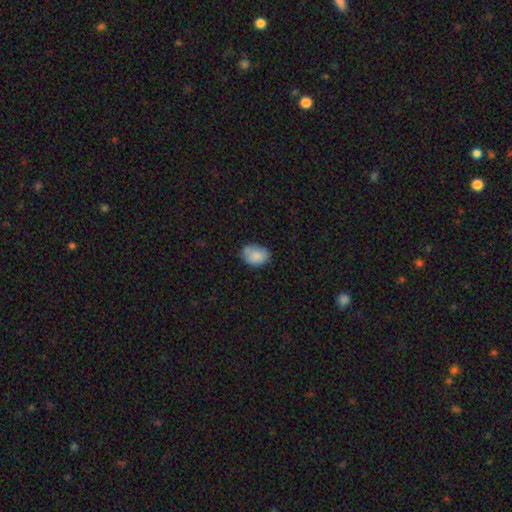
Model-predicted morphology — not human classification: Smooth or featured? Predicted: smooth (p=0.85). How rounded? Predicted: in between (p=0.71). Merging? Predicted: none (p=0.64).